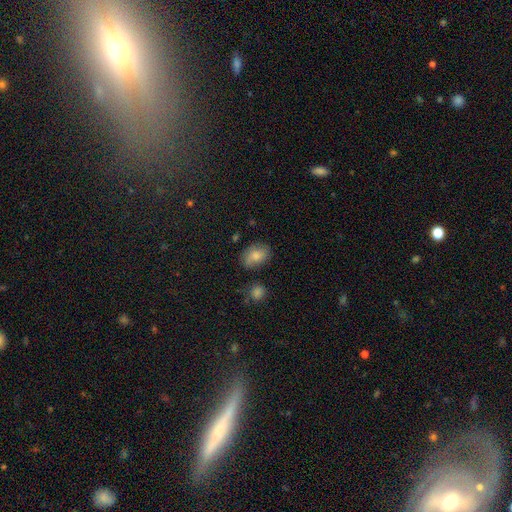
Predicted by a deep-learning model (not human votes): Smooth or featured: smooth — 79% (featured or disk — 13%)
How rounded: in between — 81% (round — 17%)
Merging: none — 69% (minor disturbance — 22%)